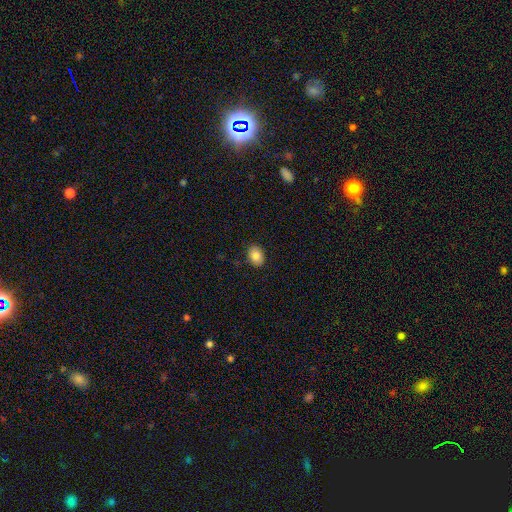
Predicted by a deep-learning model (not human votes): This is clearly a smooth galaxy (85%). How rounded: likely in between (69%). Merging: clearly none (88%).